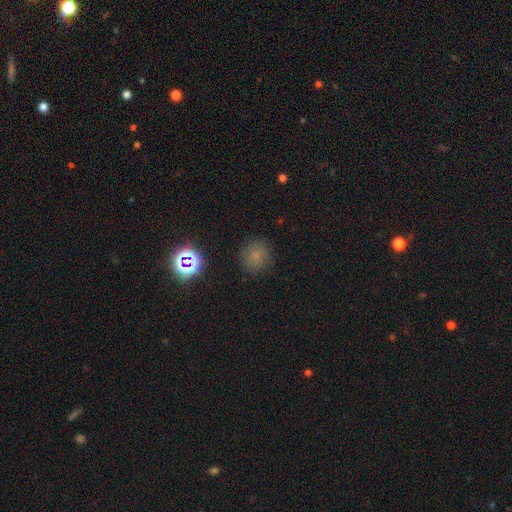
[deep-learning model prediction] Smooth or featured?
  - smooth: 72% *
  - star or artifact: 21%
  - featured or disk: 7%
How rounded?
  - round: 88% *
  - in between: 11%
  - cigar-shaped: 1%
Merging?
  - none: 86% *
  - minor disturbance: 9%
  - major disturbance: 3%
  - merger: 2%